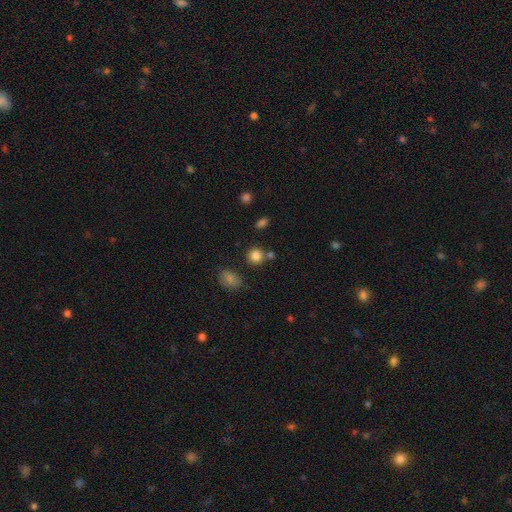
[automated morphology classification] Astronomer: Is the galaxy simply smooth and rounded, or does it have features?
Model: smooth — 82%.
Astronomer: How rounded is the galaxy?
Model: round — 87%.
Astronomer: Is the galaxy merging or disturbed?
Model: none — 73%.